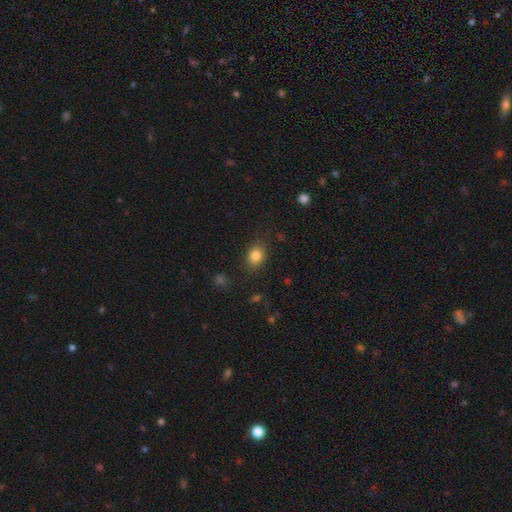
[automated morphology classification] Overall: smooth (83%). How rounded: in between (60%; round 39%). Merging: none (83%).